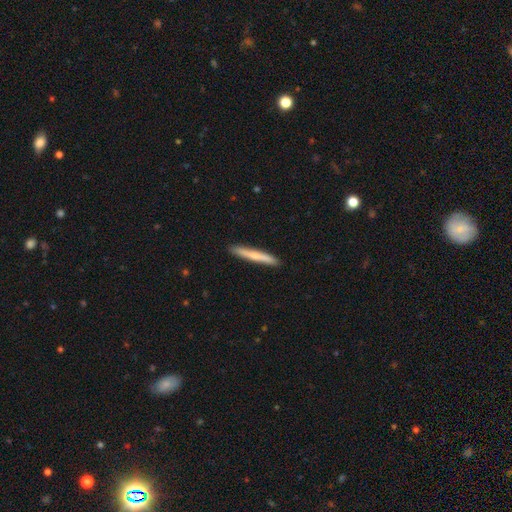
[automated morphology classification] smooth 60%, featured or disk 35%, star or artifact 5%. Down the decision tree: how rounded — cigar-shaped (96%); merging — none (91%).